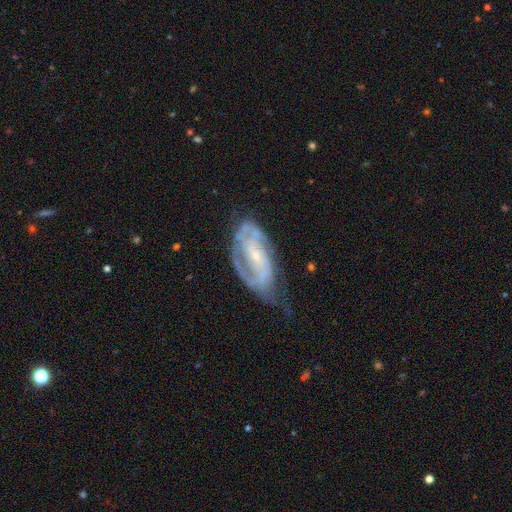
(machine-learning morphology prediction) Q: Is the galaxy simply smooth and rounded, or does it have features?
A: featured or disk — 81%.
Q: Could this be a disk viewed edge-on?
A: no — 95%.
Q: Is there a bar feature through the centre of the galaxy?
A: no — 53%.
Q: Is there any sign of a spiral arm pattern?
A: yes — 89%.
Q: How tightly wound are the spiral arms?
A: tight — 48%.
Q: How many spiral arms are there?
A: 2 — 49%.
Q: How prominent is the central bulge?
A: small — 73%.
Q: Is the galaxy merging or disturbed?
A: none — 46%.